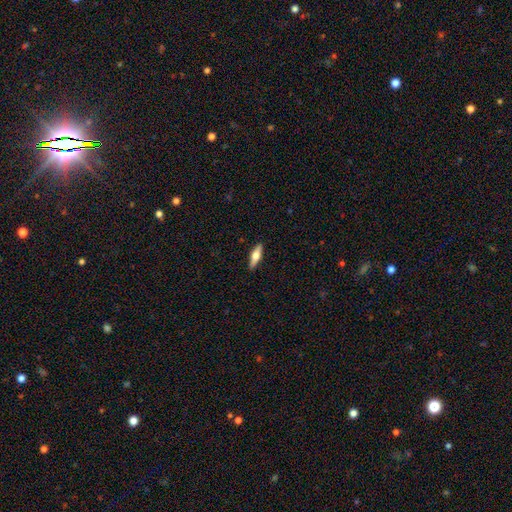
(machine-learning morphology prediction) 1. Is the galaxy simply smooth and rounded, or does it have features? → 47% smooth (tied), 47% featured or disk (tied), 6% star or artifact.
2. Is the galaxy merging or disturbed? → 90% none, 7% minor disturbance, 2% major disturbance, 1% merger.